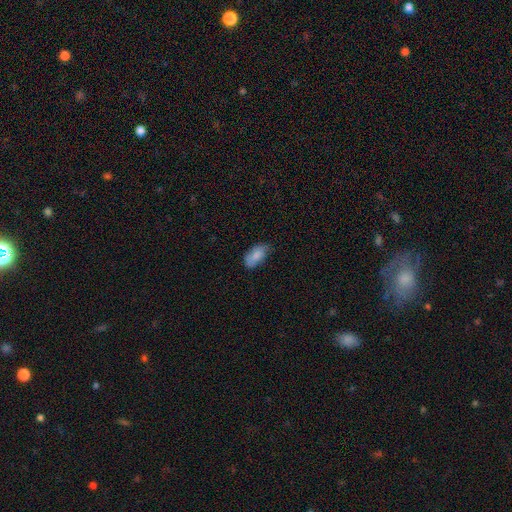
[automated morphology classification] This appears to be a smooth galaxy with no disk features (82%) that is in between round and cigar-shaped (92%). Merging: none (65%).